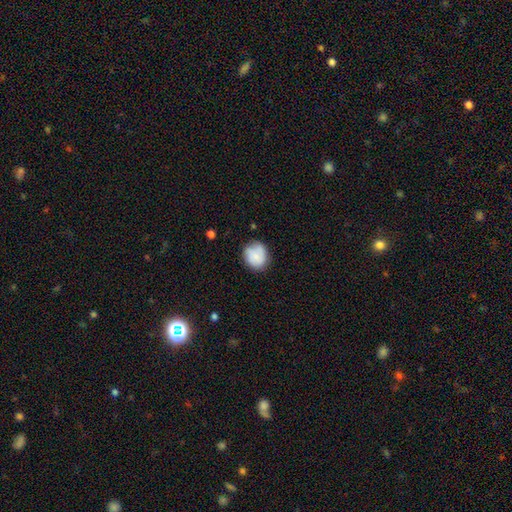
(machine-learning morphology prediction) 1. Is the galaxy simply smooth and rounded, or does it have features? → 74% smooth, 19% featured or disk, 8% star or artifact.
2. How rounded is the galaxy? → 67% round, 32% in between, 1% cigar-shaped.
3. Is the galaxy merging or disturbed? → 67% none, 24% minor disturbance, 7% major disturbance, 3% merger.